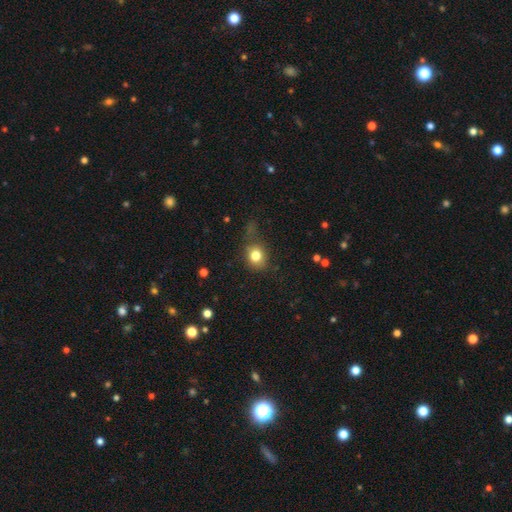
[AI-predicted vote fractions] A smooth galaxy with no disk features (80%) that is round (66%).

Vote fractions:
- Smooth or featured? smooth: 80% / star or artifact: 12% / featured or disk: 9%
- How rounded? round: 66% / in between: 33% / cigar-shaped: 1%
- Merging? none: 62% / minor disturbance: 23% / major disturbance: 12% / merger: 3%